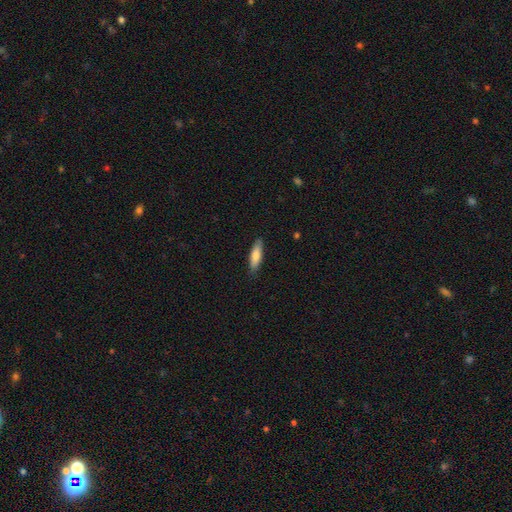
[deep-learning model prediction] Overall: smooth (81%). How rounded: cigar-shaped (58%; in between 40%). Merging: none (85%).